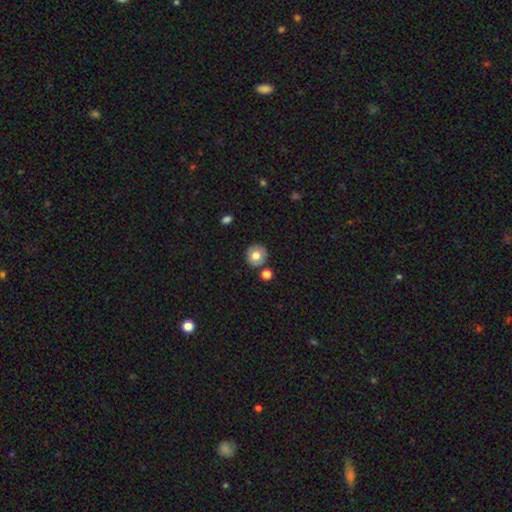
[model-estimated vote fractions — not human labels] Smooth or featured?
  - smooth: 73% *
  - featured or disk: 18%
  - star or artifact: 10%
How rounded?
  - round: 90% *
  - in between: 10%
  - cigar-shaped: 1%
Merging?
  - none: 82% *
  - minor disturbance: 9%
  - merger: 6%
  - major disturbance: 2%